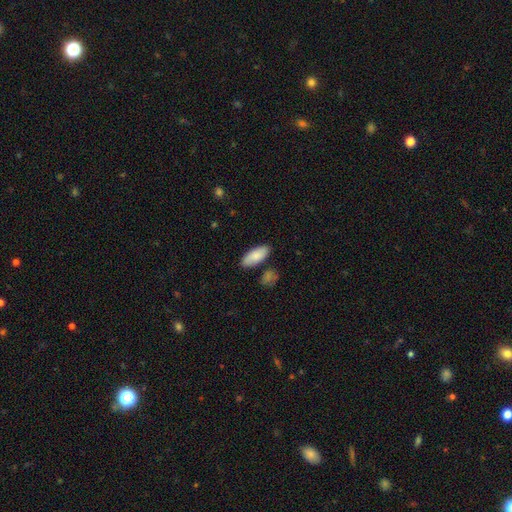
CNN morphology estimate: This appears to be a smooth galaxy with no disk features (85%) that is in between round and cigar-shaped (81%). Merging: none (82%).